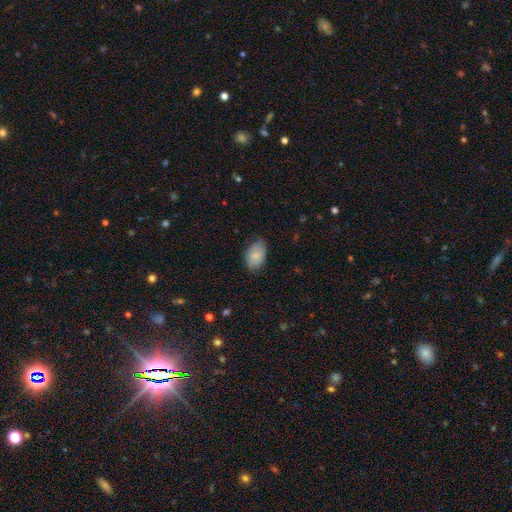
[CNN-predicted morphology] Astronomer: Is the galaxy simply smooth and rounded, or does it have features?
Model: smooth — 79%.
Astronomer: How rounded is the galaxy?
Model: in between — 88%.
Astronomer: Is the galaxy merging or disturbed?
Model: none — 70%.